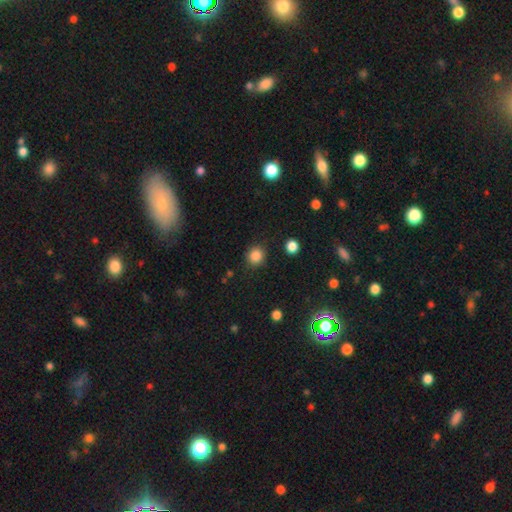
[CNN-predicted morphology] The model was most divided on "how rounded": round: 85%, in between: 14%, cigar-shaped: 1%. More confident: merging — none (88%); smooth or featured — smooth (86%).